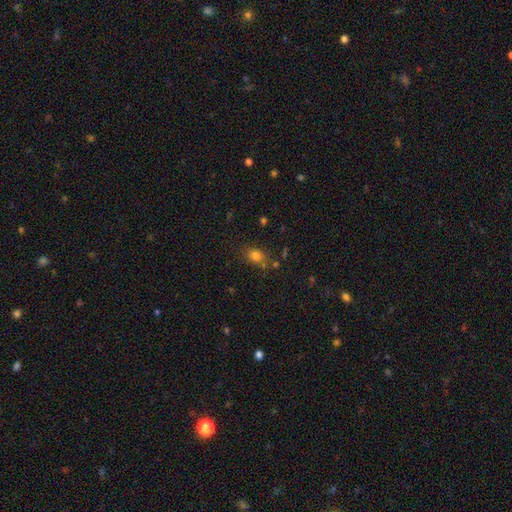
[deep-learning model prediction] A smooth galaxy with no disk features (77%) that is in between round and cigar-shaped (59%).

Vote fractions:
- Smooth or featured? smooth: 77% / star or artifact: 15% / featured or disk: 8%
- How rounded? in between: 59% / round: 39% / cigar-shaped: 2%
- Merging? none: 70% / minor disturbance: 16% / merger: 9% / major disturbance: 5%